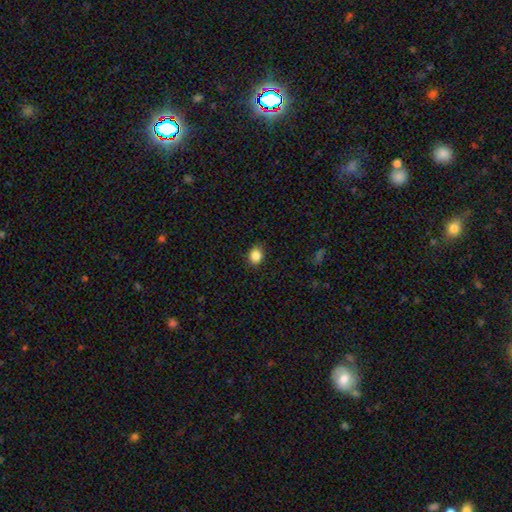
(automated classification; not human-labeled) Smooth or featured? smooth (86%)
How rounded? round (56%)
Merging? none (88%)